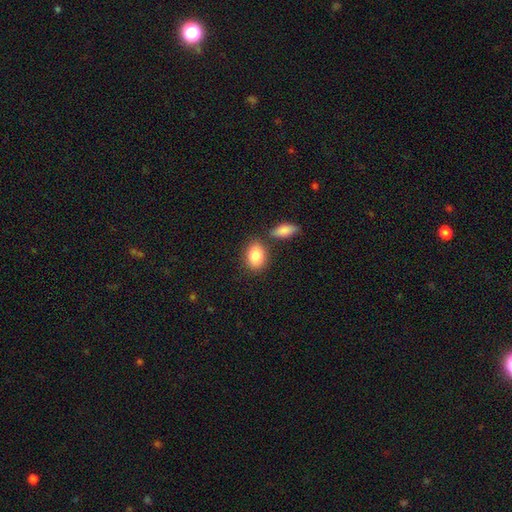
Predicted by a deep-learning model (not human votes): smooth_or_featured: smooth (p=0.86) [alt: featured or disk p=0.07]
how_rounded: in between (p=0.77) [alt: round p=0.21]
merging: none (p=0.68) [alt: merger p=0.16]